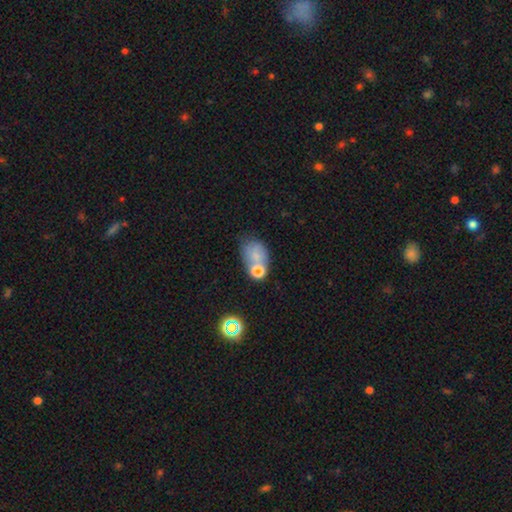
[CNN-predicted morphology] This appears to be a smooth galaxy with no disk features (68%) that is in between round and cigar-shaped (71%). Merging: merger (36%).